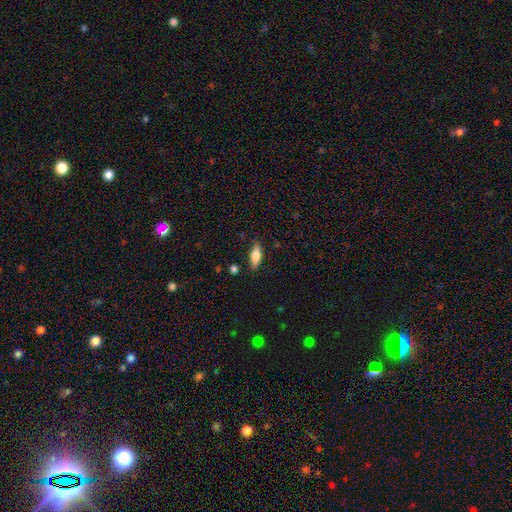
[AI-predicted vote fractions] smooth_or_featured: smooth (p=0.68) [alt: featured or disk p=0.25]
how_rounded: in between (p=0.66) [alt: cigar-shaped p=0.32]
merging: none (p=0.83) [alt: minor disturbance p=0.13]